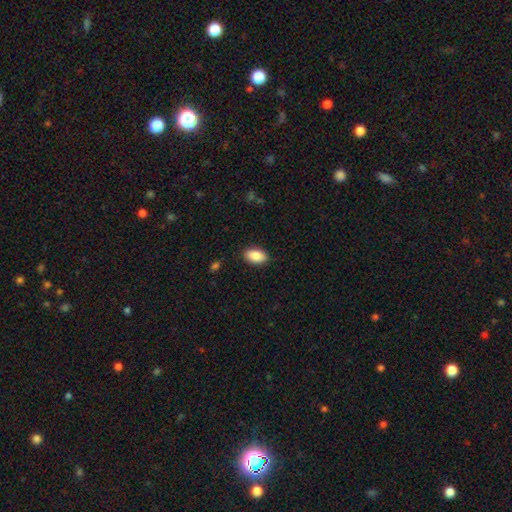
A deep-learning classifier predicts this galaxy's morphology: This is clearly a smooth galaxy (89%). How rounded: clearly in between (93%). Merging: clearly none (88%).